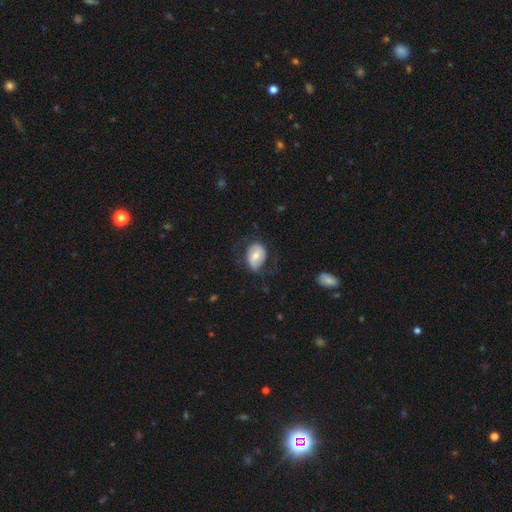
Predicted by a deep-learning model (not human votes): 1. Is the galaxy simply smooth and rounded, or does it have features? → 53% smooth, 41% featured or disk, 7% star or artifact.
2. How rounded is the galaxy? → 74% in between, 25% round, 1% cigar-shaped.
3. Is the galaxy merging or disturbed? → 59% none, 22% minor disturbance, 18% major disturbance, 1% merger.